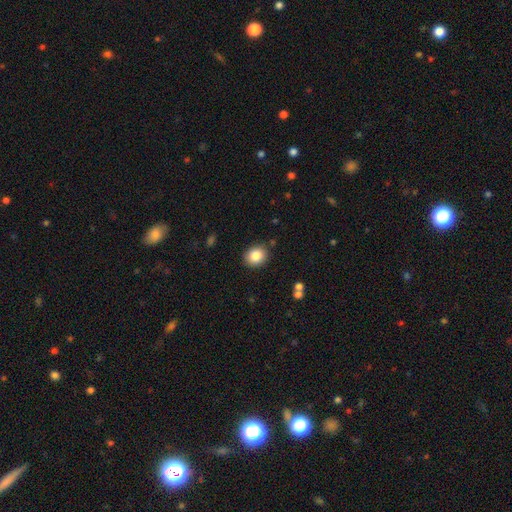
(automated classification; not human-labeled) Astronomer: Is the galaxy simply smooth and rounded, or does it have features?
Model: smooth — 84%.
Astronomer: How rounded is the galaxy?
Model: round — 62% (runner-up: in between, 37%).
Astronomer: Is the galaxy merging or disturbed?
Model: none — 88%.